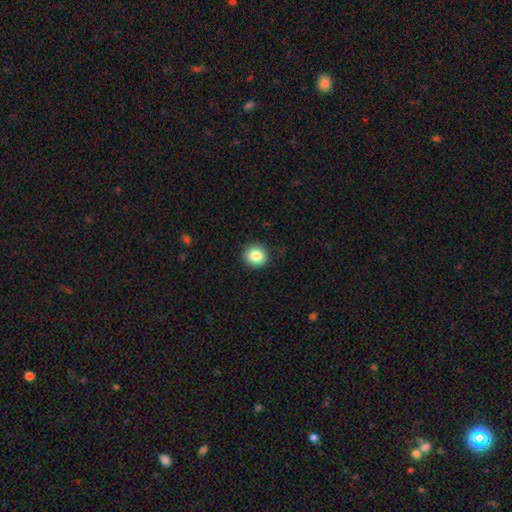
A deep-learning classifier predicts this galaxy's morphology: This is clearly a smooth galaxy (84%). How rounded: clearly round (90%). Merging: clearly none (89%).